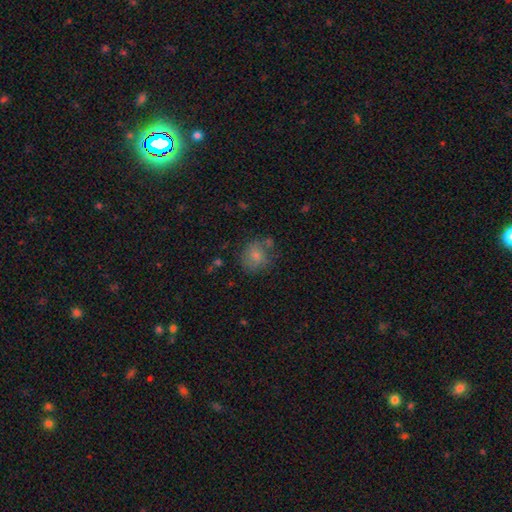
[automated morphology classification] Smooth or featured? Predicted: smooth (p=0.76). How rounded? Predicted: round (p=0.74). Merging? Predicted: none (p=0.60).